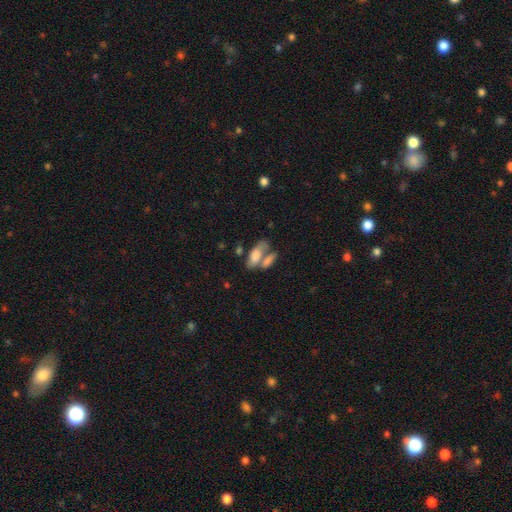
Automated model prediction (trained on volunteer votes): smooth-or-featured: smooth: 77% | featured or disk: 16% | star or artifact: 7%
  how-rounded: in between: 84% | cigar-shaped: 12% | round: 3%
  merging: merger: 54% | none: 28% | minor disturbance: 11% | major disturbance: 7%